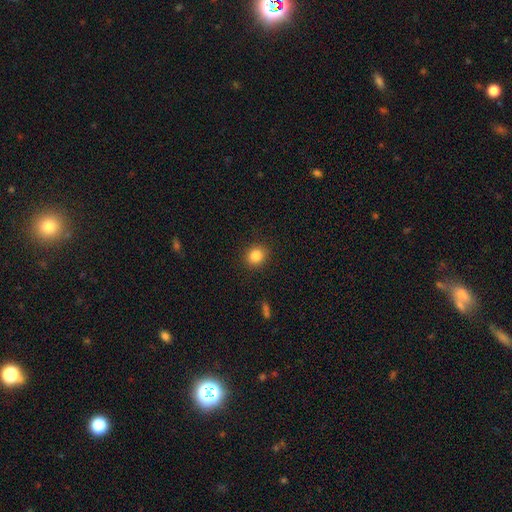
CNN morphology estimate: This is clearly a smooth galaxy (85%). How rounded: clearly round (81%). Merging: clearly none (90%).